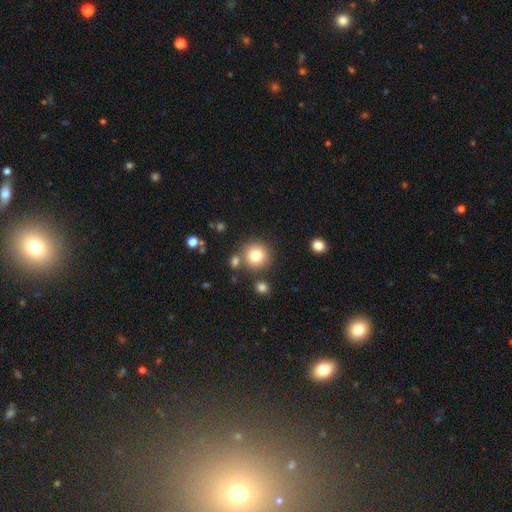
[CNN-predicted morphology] Overall: smooth (80%). How rounded: round (93%). Merging: none (77%).